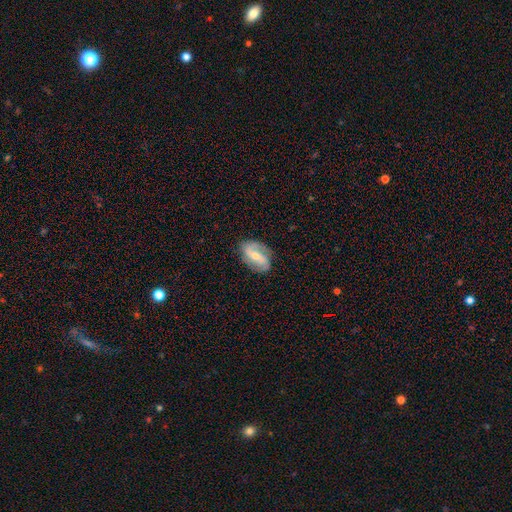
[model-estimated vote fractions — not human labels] Smooth or featured? featured or disk (74%)
Edge-on disk? no (95%)
Bar? weak (40%)
Spiral arms? yes (90%)
Spiral winding? loose (47%)
Spiral arm count? 2 (86%)
Bulge size? small (49%)
Merging? none (79%)